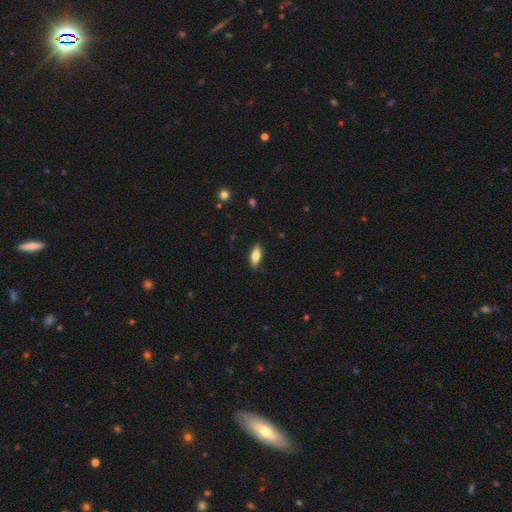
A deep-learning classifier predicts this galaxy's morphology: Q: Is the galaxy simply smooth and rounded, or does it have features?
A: smooth — 78%.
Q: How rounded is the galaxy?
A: in between — 77%.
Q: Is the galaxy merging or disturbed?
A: none — 88%.